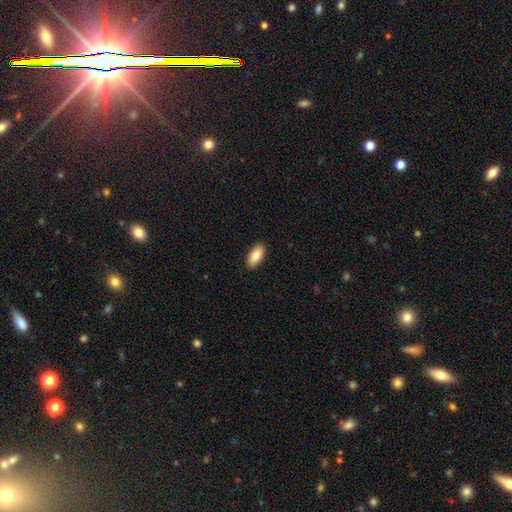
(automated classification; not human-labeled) smooth 81%, featured or disk 12%, star or artifact 6%. Down the decision tree: how rounded — in between (90%); merging — none (90%).